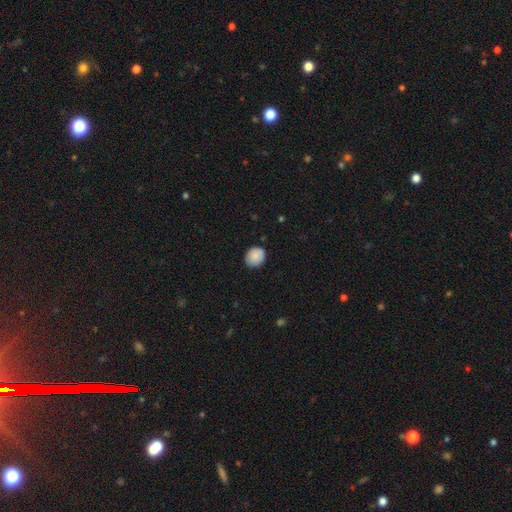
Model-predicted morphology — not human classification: smooth 87%, star or artifact 7%, featured or disk 6%. Down the decision tree: how rounded — round (68%); merging — none (84%).